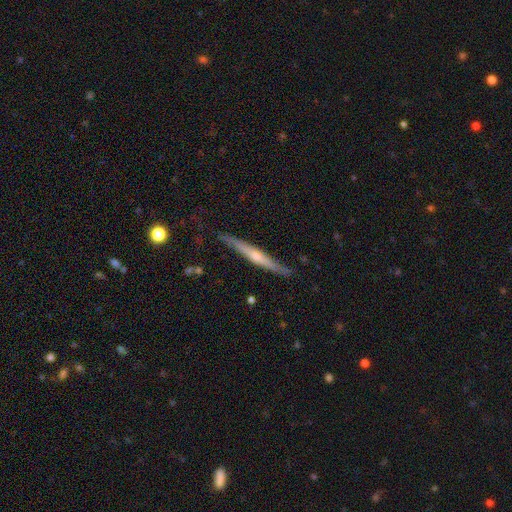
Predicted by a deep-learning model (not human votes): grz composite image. It shows a featured or disk galaxy (66%) viewed edge-on (96%) with a rounded central bulge (67%). Merging: none (82%).